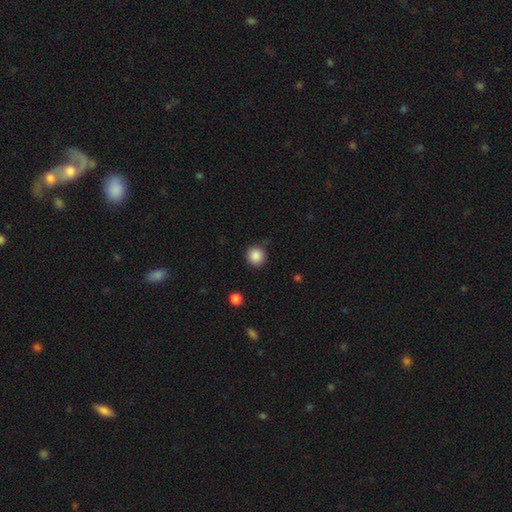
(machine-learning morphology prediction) smooth-or-featured: smooth: 87% | star or artifact: 10% | featured or disk: 3%
  how-rounded: round: 94% | in between: 5% | cigar-shaped: 1%
  merging: none: 84% | minor disturbance: 11% | major disturbance: 3% | merger: 2%